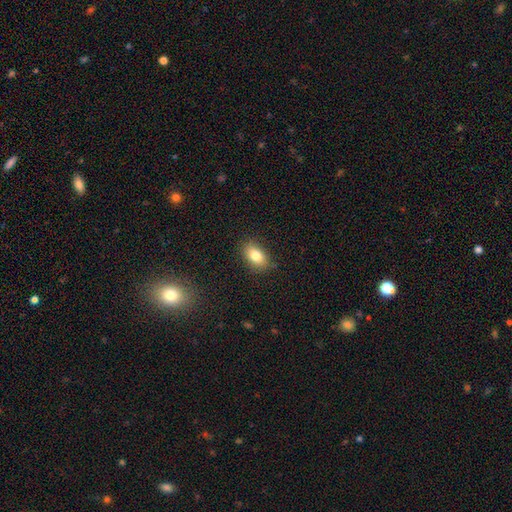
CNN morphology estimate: smooth-or-featured: smooth: 82% | featured or disk: 10% | star or artifact: 8%
  how-rounded: in between: 89% | round: 9% | cigar-shaped: 2%
  merging: none: 84% | minor disturbance: 11% | major disturbance: 3% | merger: 1%